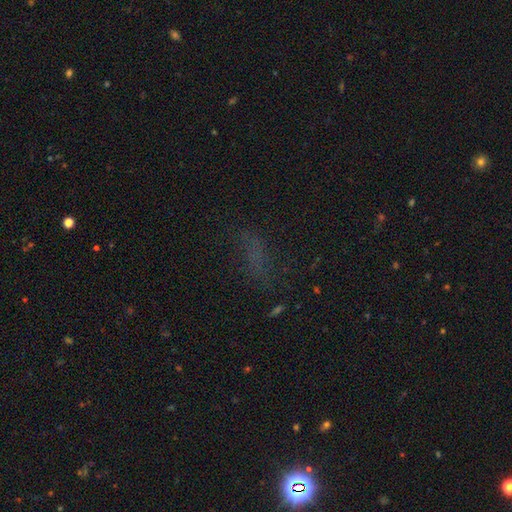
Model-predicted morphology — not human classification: A smooth galaxy with no disk features (43%).

Vote fractions:
- Smooth or featured? smooth: 43% / star or artifact: 34% / featured or disk: 22%
- Merging? none: 63% / minor disturbance: 19% / major disturbance: 15% / merger: 3%